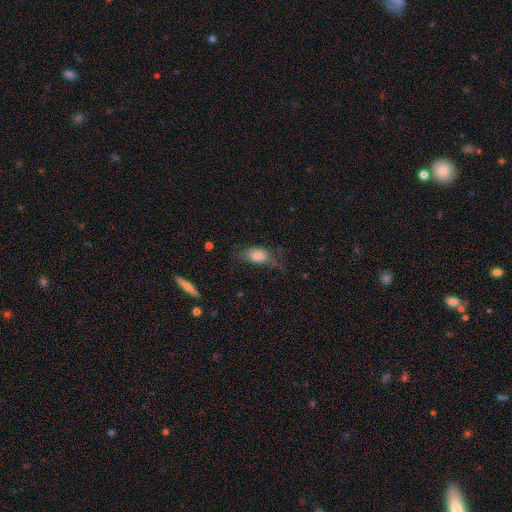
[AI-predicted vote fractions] Overall: smooth (64%). How rounded: in between (78%). Merging: none (52%; minor disturbance 28%).